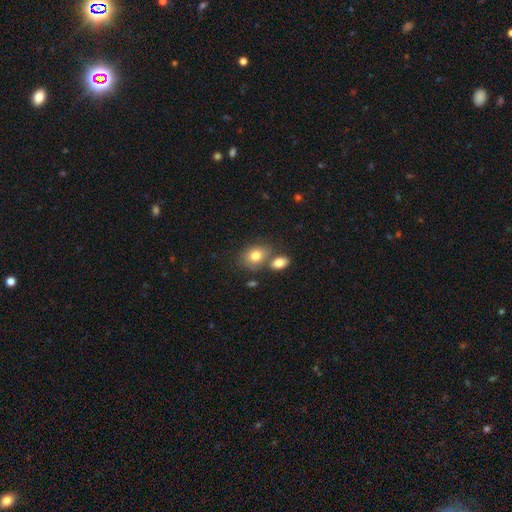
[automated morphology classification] Smooth or featured? smooth (79%)
How rounded? in between (60%)
Merging? none (54%)